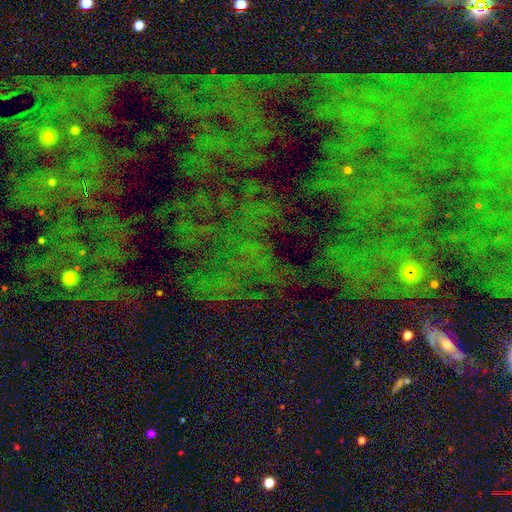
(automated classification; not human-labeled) Smooth or featured? star or artifact (80%)